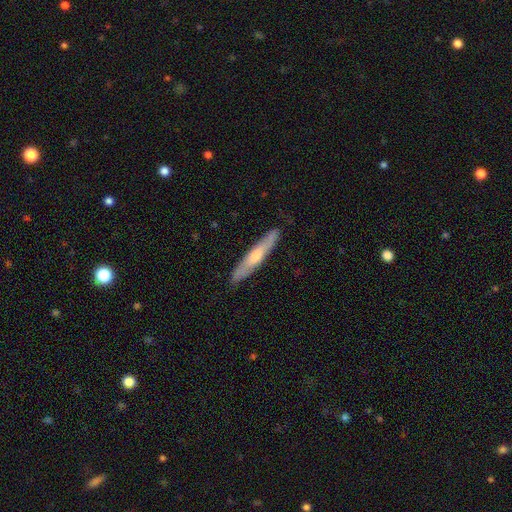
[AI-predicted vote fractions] Smooth or featured? smooth (50%)
Merging? none (87%)